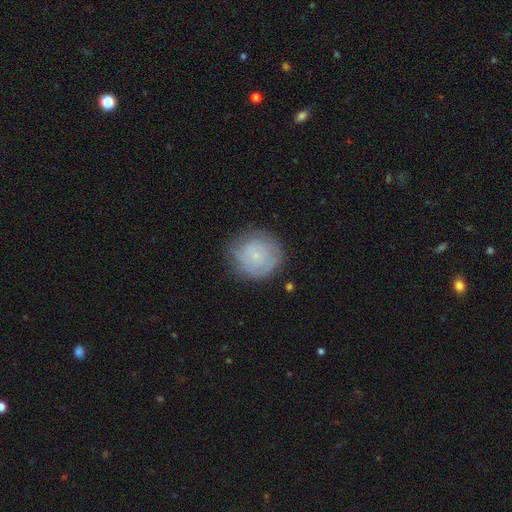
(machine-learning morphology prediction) The model was most divided on "smooth or featured": smooth: 56%, featured or disk: 36%, star or artifact: 8%. More confident: how rounded — round (92%); merging — none (73%).